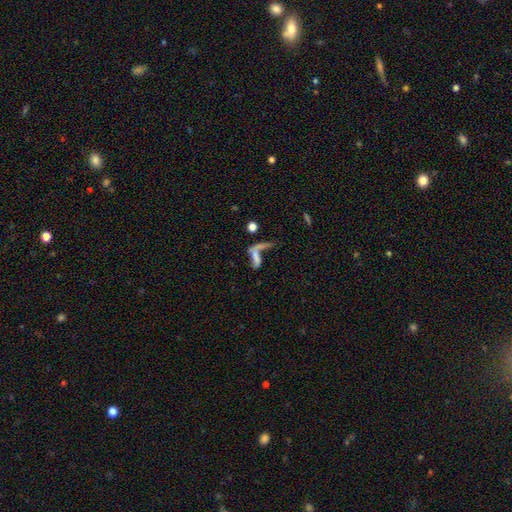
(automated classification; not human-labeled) Smooth or featured? Predicted: smooth (p=0.46). Merging? Predicted: merger (p=0.38).